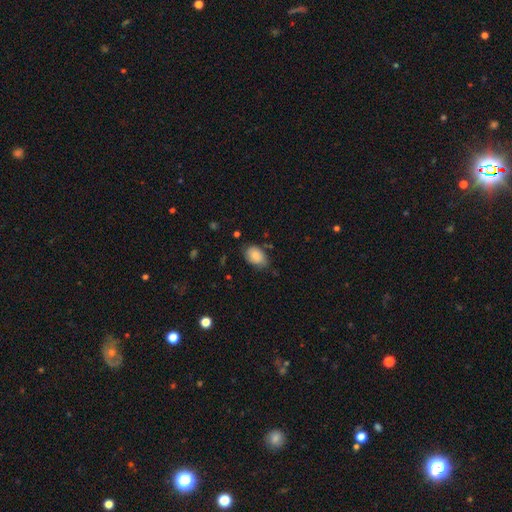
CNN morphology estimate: smooth_or_featured: smooth (p=0.82) [alt: featured or disk p=0.11]
how_rounded: in between (p=0.84) [alt: round p=0.15]
merging: none (p=0.66) [alt: minor disturbance p=0.26]